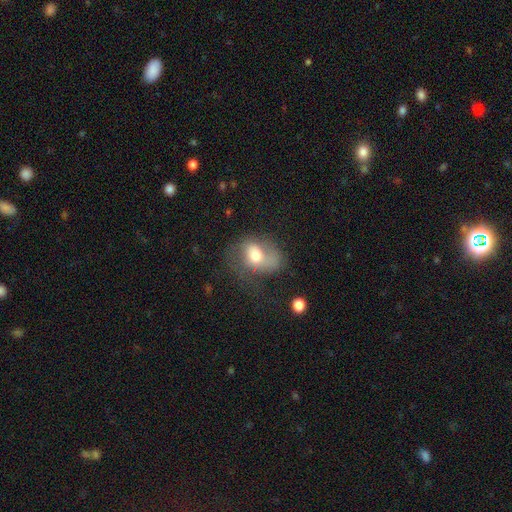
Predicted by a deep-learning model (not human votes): smooth-or-featured: smooth: 58% | featured or disk: 32% | star or artifact: 10%
  how-rounded: in between: 66% | round: 33% | cigar-shaped: 1%
  merging: major disturbance: 37% | none: 33% | minor disturbance: 27% | merger: 3%